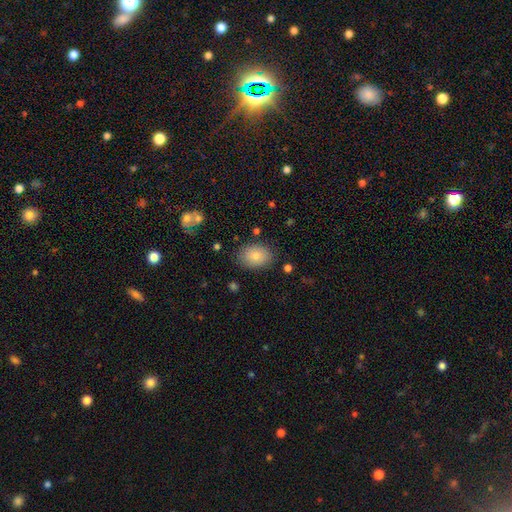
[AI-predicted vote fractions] Smooth or featured? Predicted: smooth (p=0.82). How rounded? Predicted: in between (p=0.75). Merging? Predicted: none (p=0.83).